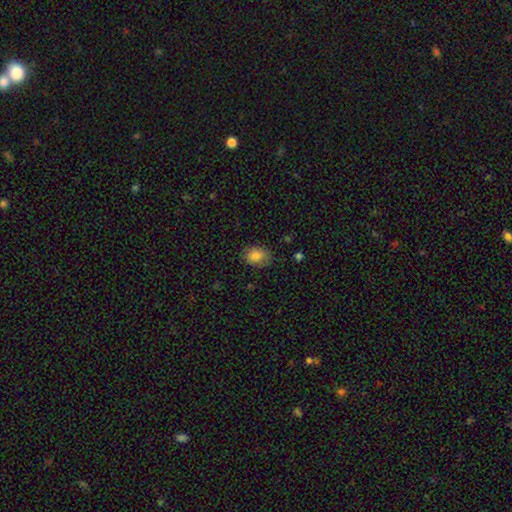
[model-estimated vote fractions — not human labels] smooth 84%, star or artifact 9%, featured or disk 7%. Down the decision tree: how rounded — in between (65%); merging — none (75%).